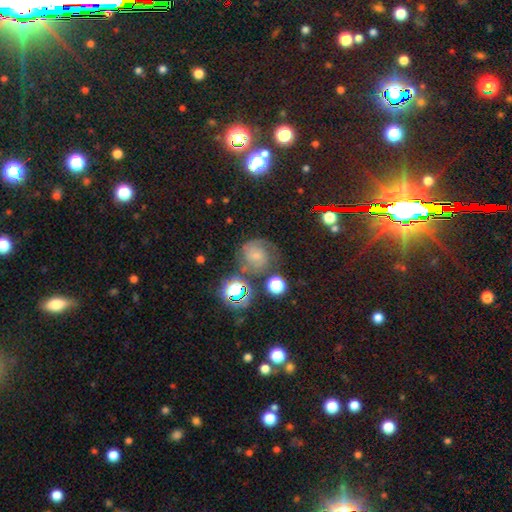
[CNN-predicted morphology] Q: Smooth or featured?
A: featured or disk (55%); runner-up: smooth (25%)
Q: Edge-on disk?
A: no (97%); runner-up: yes (3%)
Q: Bar?
A: no (57%); runner-up: weak (34%)
Q: Spiral arms?
A: yes (90%); runner-up: no (10%)
Q: Bulge size?
A: small (59%); runner-up: moderate (26%)
Q: Merging?
A: none (57%); runner-up: minor disturbance (19%)